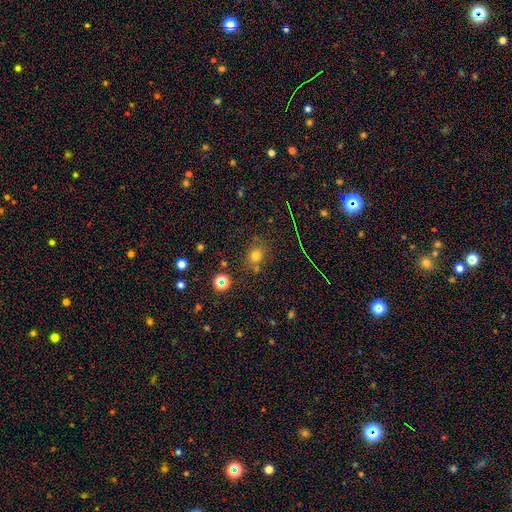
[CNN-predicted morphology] Smooth or featured? Predicted: smooth (p=0.69). How rounded? Predicted: round (p=0.73). Merging? Predicted: none (p=0.72).